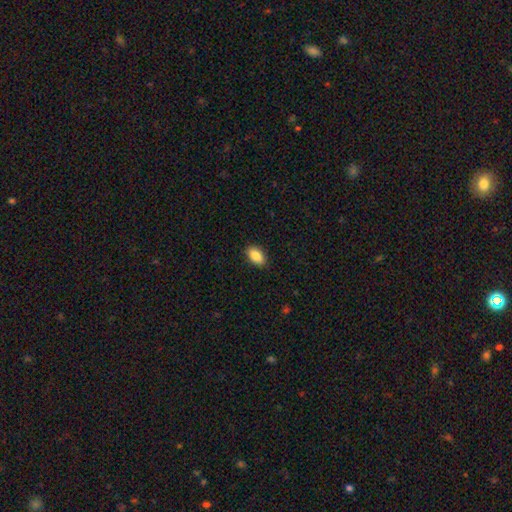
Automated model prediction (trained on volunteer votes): Smooth or featured? smooth (88%)
How rounded? in between (92%)
Merging? none (88%)